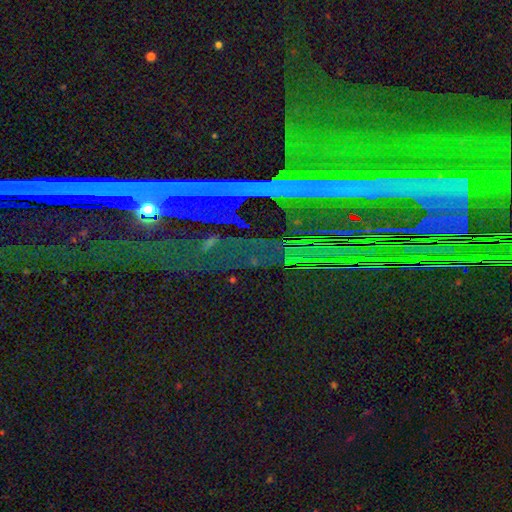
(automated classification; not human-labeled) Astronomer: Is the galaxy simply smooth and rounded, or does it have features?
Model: star or artifact — 86%.